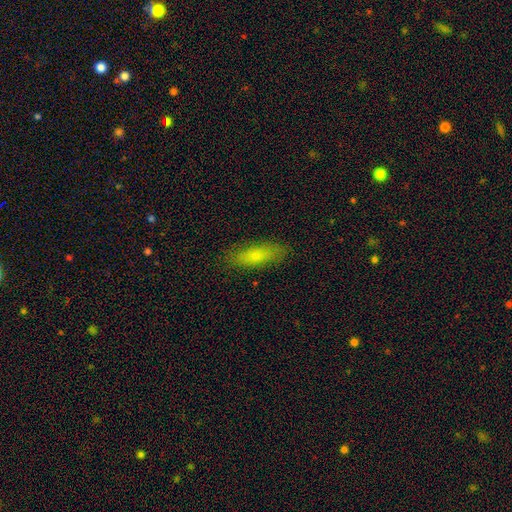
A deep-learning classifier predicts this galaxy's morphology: Smooth or featured: smooth — 76% (featured or disk — 17%)
How rounded: in between — 52% (cigar-shaped — 46%)
Merging: none — 84% (minor disturbance — 12%)